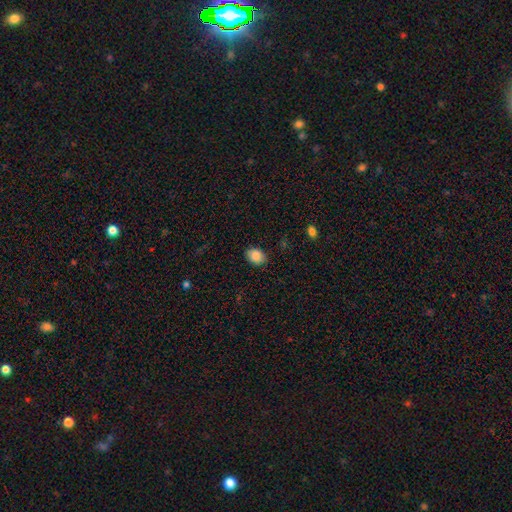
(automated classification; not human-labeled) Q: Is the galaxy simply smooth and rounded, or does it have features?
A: smooth — 87%.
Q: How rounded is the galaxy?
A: in between — 69%.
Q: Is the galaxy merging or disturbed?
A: none — 86%.